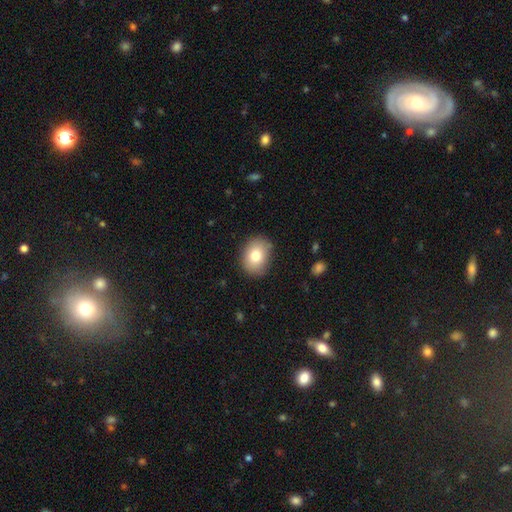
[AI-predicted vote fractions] This is likely a smooth galaxy (79%). How rounded: likely in between (61%). Merging: clearly none (83%).